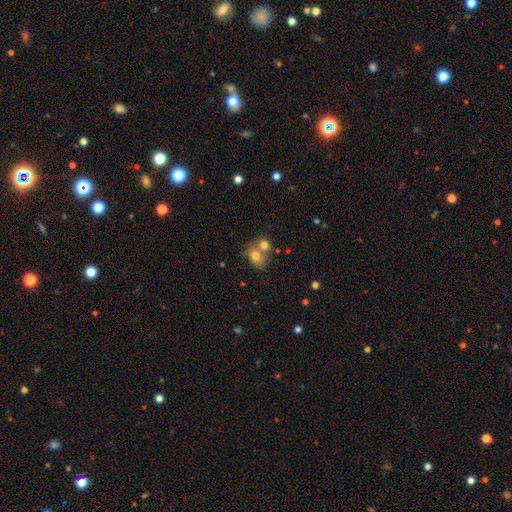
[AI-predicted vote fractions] Smooth or featured: smooth — 76% (featured or disk — 14%)
How rounded: in between — 52% (round — 47%)
Merging: merger — 53% (none — 32%)